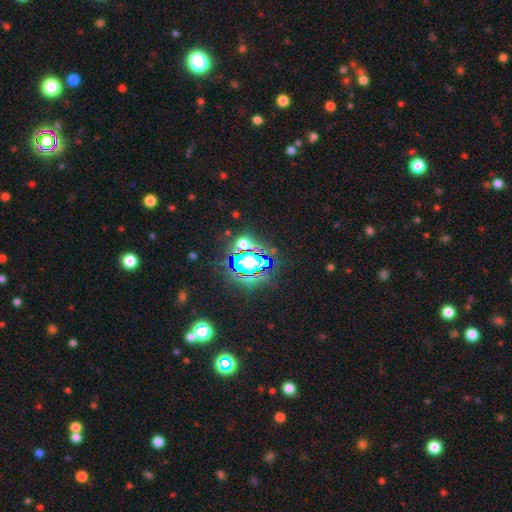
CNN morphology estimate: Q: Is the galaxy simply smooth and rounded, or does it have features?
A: star or artifact — 80%.